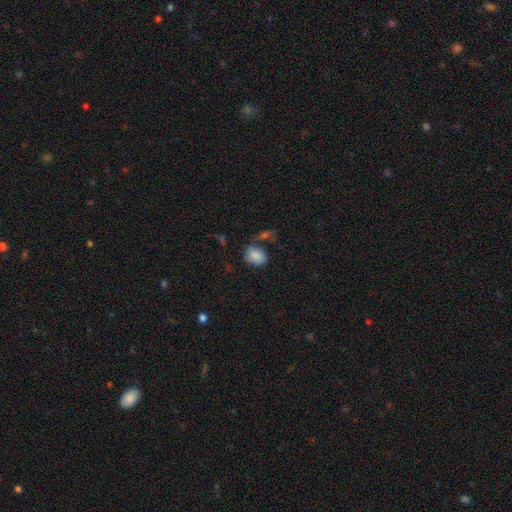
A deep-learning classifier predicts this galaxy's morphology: Smooth or featured: smooth — 85% (star or artifact — 9%)
How rounded: in between — 62% (round — 37%)
Merging: none — 56% (minor disturbance — 21%)